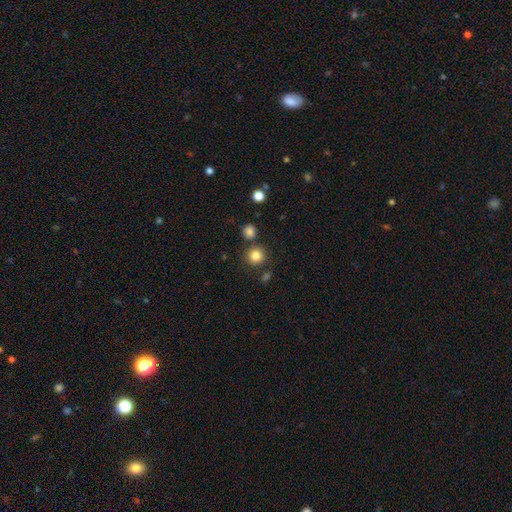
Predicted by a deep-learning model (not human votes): smooth-or-featured: smooth: 83% | star or artifact: 12% | featured or disk: 5%
  how-rounded: round: 93% | in between: 7% | cigar-shaped: 1%
  merging: none: 83% | merger: 8% | minor disturbance: 7% | major disturbance: 3%